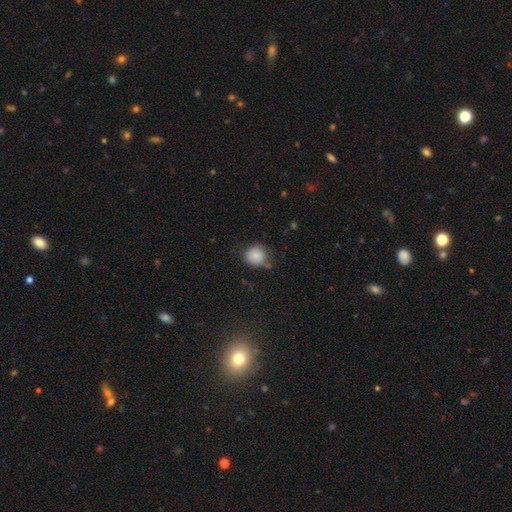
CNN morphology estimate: A smooth galaxy with no disk features (85%) that is round (84%).

Vote fractions:
- Smooth or featured? smooth: 85% / star or artifact: 10% / featured or disk: 5%
- How rounded? round: 84% / in between: 15% / cigar-shaped: 1%
- Merging? none: 65% / minor disturbance: 23% / major disturbance: 7% / merger: 5%